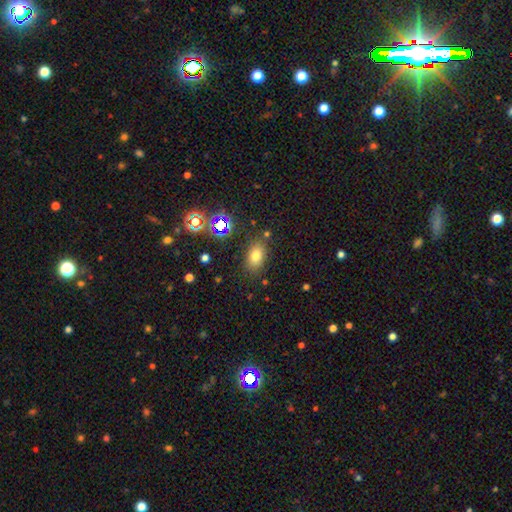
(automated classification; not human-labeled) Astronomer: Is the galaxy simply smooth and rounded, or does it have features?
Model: smooth — 73%.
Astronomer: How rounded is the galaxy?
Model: in between — 83%.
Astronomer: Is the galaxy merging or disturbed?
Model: none — 80%.